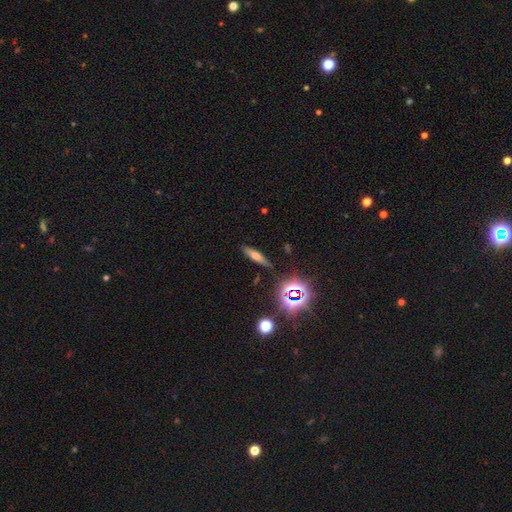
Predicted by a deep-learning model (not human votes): Smooth or featured? smooth (48%)
Merging? none (86%)